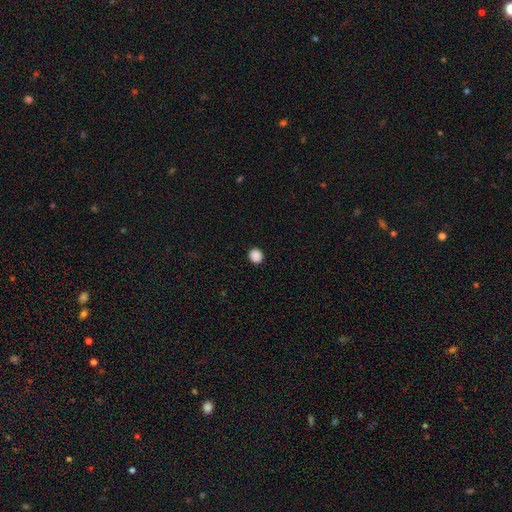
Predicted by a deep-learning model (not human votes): A smooth galaxy with no disk features (89%) that is round (86%). Merging: none (93%).